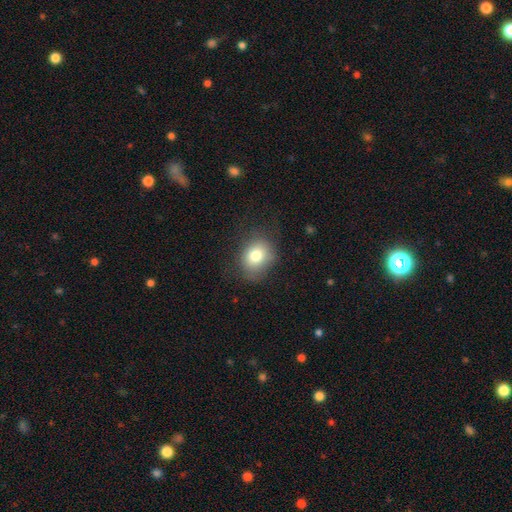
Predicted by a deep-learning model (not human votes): Smooth or featured: smooth — 78% (featured or disk — 11%)
How rounded: round — 57% (in between — 42%)
Merging: none — 72% (minor disturbance — 19%)